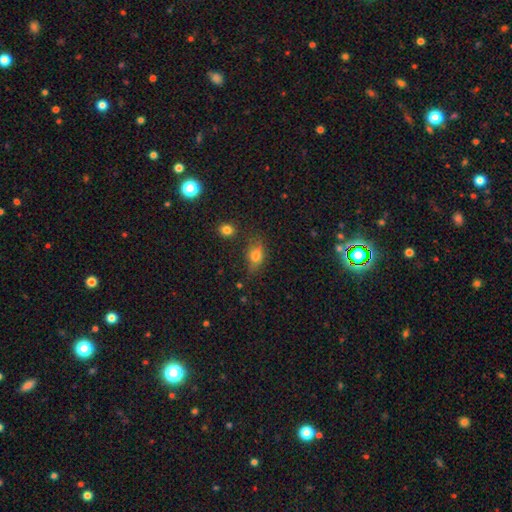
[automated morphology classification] Smooth or featured? Predicted: smooth (p=0.66). How rounded? Predicted: in between (p=0.72). Merging? Predicted: none (p=0.64).